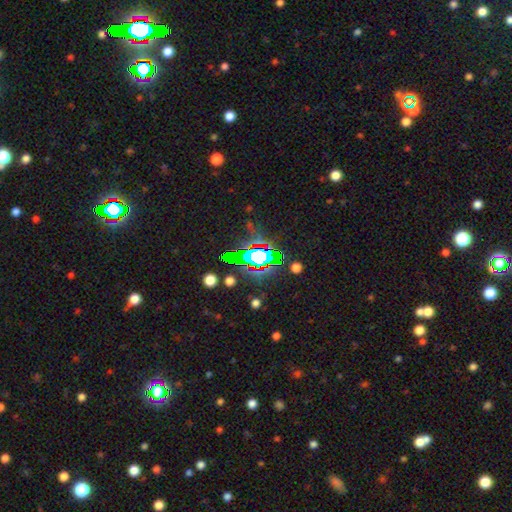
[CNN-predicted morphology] smooth_or_featured: star or artifact (p=0.66) [alt: smooth p=0.20]